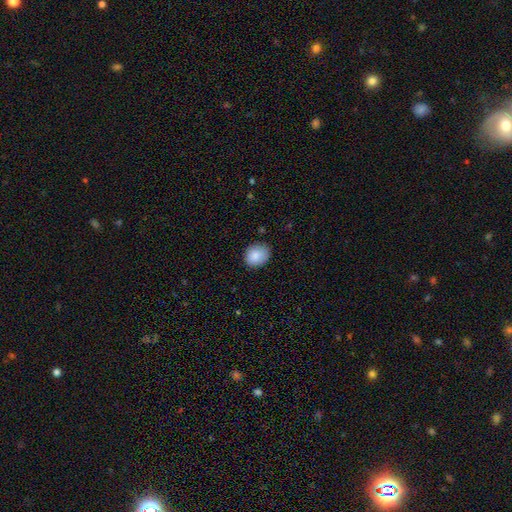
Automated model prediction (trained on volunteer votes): Smooth or featured: smooth — 87% (star or artifact — 8%)
How rounded: round — 58% (in between — 41%)
Merging: none — 80% (minor disturbance — 16%)